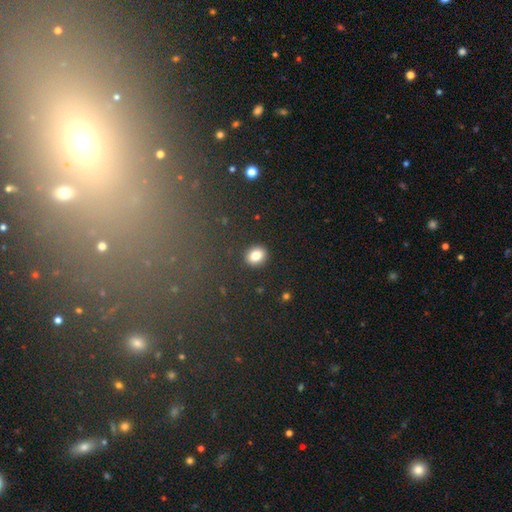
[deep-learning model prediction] A smooth galaxy with no disk features (82%) that is round (56%). Merging: none (89%).